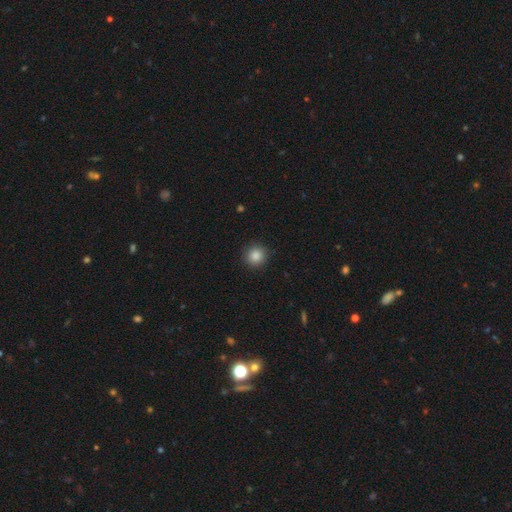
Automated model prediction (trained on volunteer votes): Smooth or featured?
  - smooth: 86% *
  - star or artifact: 10%
  - featured or disk: 4%
How rounded?
  - round: 92% *
  - in between: 7%
  - cigar-shaped: 1%
Merging?
  - none: 91% *
  - minor disturbance: 6%
  - major disturbance: 2%
  - merger: 1%